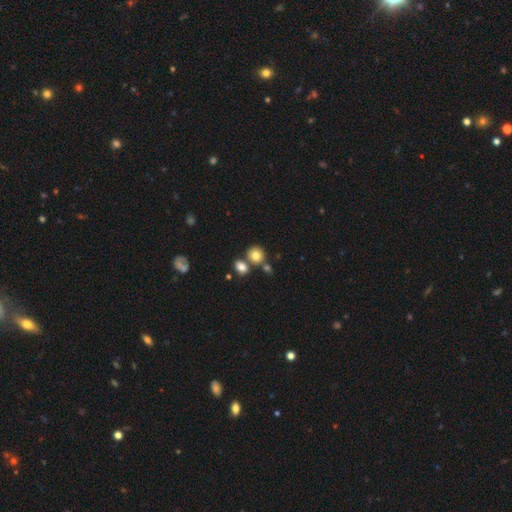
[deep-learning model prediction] smooth_or_featured: smooth (p=0.80) [alt: star or artifact p=0.11]
how_rounded: round (p=0.76) [alt: in between p=0.23]
merging: none (p=0.62) [alt: merger p=0.25]